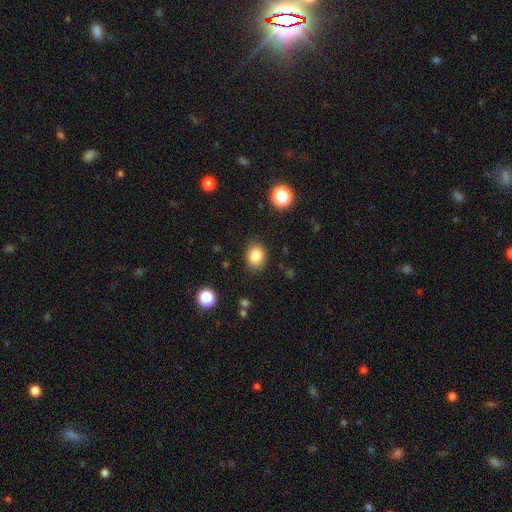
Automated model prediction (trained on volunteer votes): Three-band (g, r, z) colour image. It shows a smooth galaxy with no disk features (84%) that is round (54%). Merging: none (87%).